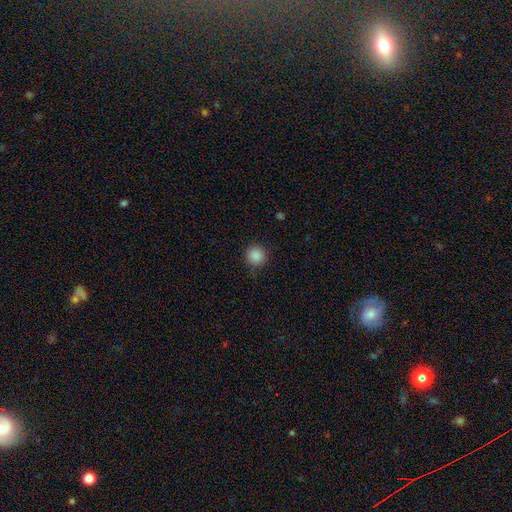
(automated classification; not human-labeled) A smooth galaxy with no disk features (88%) that is round (94%). Merging: none (89%).